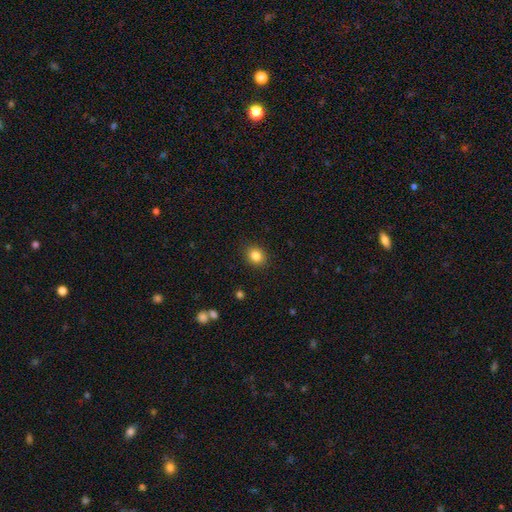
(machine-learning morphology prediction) Smooth or featured? Predicted: smooth (p=0.84). How rounded? Predicted: round (p=0.66). Merging? Predicted: none (p=0.90).